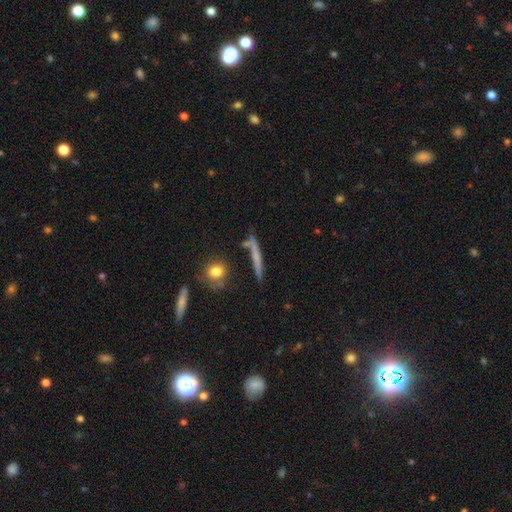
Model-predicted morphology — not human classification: This is possibly a smooth galaxy (49%). Merging: likely none (76%).